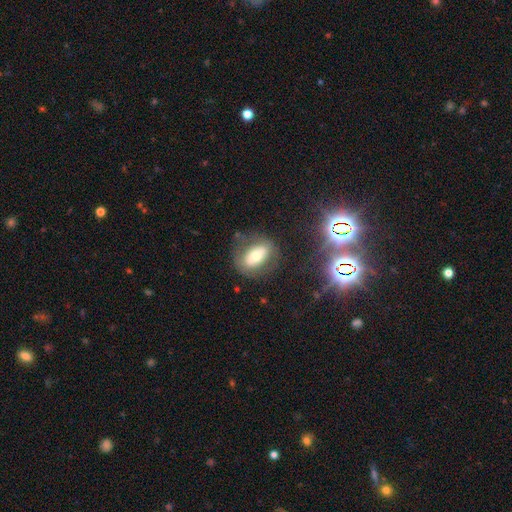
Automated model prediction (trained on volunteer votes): smooth-or-featured: smooth: 56% | featured or disk: 33% | star or artifact: 11%
  how-rounded: in between: 80% | round: 15% | cigar-shaped: 5%
  merging: none: 71% | minor disturbance: 16% | major disturbance: 9% | merger: 3%